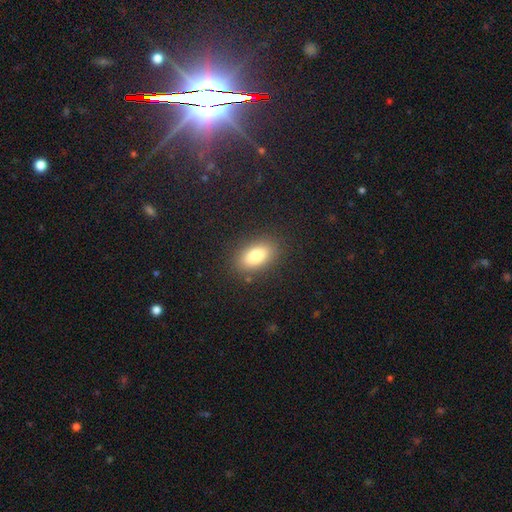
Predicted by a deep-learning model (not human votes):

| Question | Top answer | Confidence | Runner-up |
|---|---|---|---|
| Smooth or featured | smooth | 82% | featured or disk (9%) |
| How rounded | in between | 90% | round (6%) |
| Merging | none | 86% | minor disturbance (9%) |